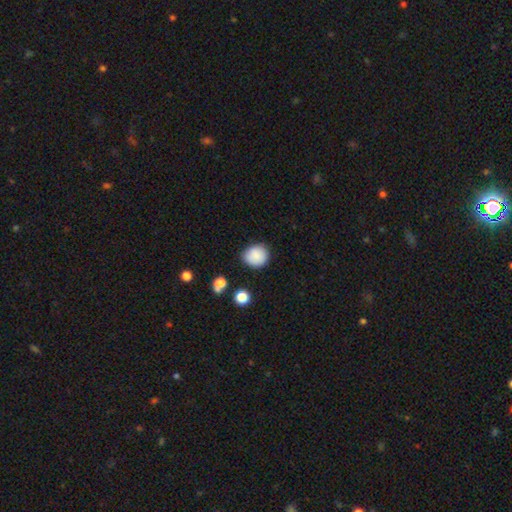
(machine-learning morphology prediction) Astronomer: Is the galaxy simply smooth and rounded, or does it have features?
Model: smooth — 86%.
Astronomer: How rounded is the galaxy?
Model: round — 81%.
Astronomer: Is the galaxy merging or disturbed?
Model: none — 77%.